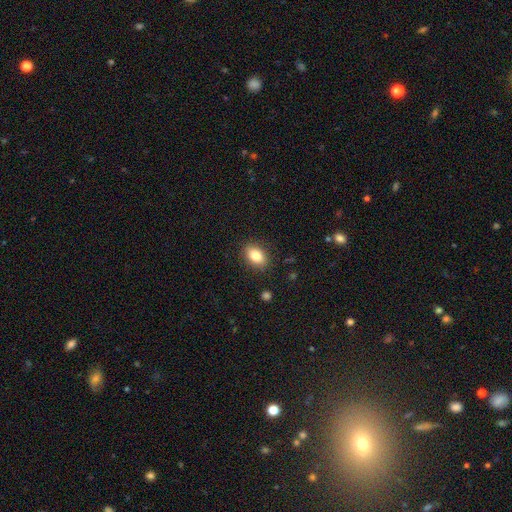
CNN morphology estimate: smooth_or_featured: smooth (p=0.83) [alt: featured or disk p=0.09]
how_rounded: in between (p=0.80) [alt: round p=0.18]
merging: none (p=0.86) [alt: minor disturbance p=0.10]